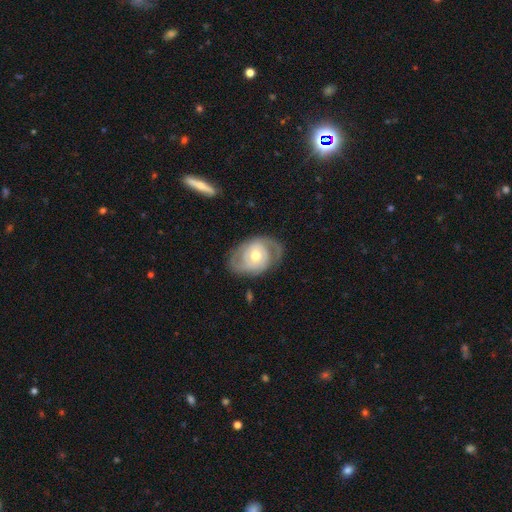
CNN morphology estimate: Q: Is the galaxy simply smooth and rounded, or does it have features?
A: featured or disk — 80%.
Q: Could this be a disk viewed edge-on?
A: no — 96%.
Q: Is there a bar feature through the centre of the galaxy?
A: no — 70%.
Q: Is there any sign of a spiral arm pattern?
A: yes — 89%.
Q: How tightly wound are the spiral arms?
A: tight — 54%.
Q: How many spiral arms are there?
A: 2 — 69%.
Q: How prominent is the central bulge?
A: moderate — 75%.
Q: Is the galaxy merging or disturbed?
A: none — 71%.